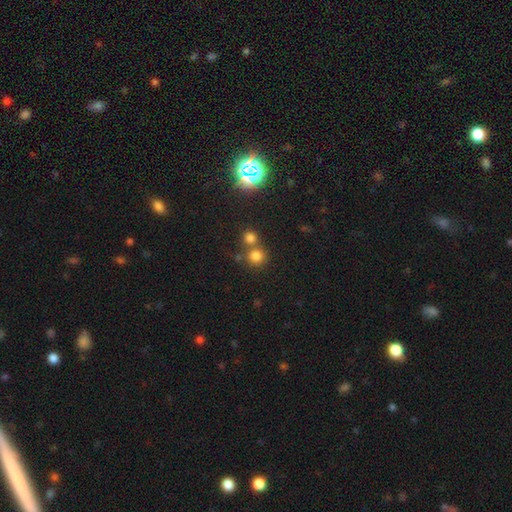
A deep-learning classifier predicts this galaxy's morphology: Smooth or featured? Predicted: smooth (p=0.76). How rounded? Predicted: round (p=0.90). Merging? Predicted: none (p=0.59).